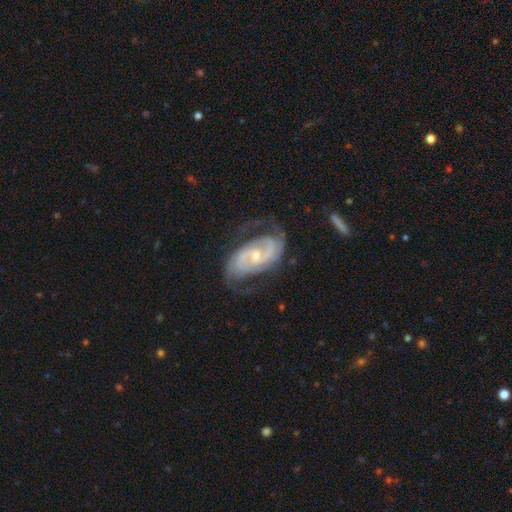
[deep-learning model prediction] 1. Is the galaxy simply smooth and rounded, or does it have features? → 90% featured or disk, 5% smooth, 5% star or artifact.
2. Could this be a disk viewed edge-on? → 96% no, 4% yes.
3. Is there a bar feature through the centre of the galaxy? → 44% no, 40% weak, 16% strong.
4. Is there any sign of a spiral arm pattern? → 97% yes, 3% no.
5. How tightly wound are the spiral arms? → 44% tight, 43% medium, 13% loose.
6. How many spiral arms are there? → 77% 2, 9% can't tell, 7% 3, 3% 1, 2% 4, 2% more than 4.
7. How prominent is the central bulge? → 58% small, 38% moderate, 1% large, 1% none, 1% dominant.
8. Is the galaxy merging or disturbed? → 67% none, 19% minor disturbance, 12% major disturbance, 2% merger.